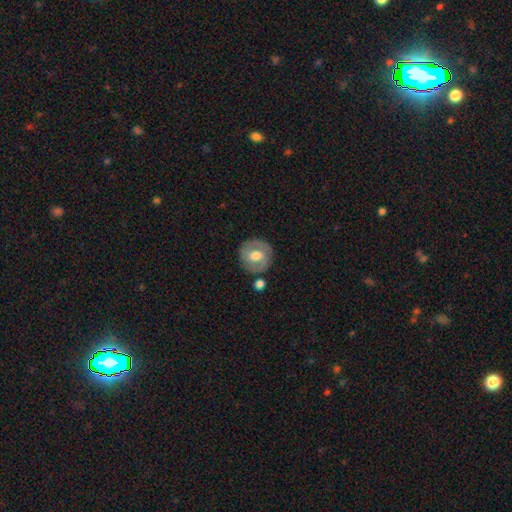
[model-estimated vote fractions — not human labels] A featured or disk galaxy (53%) with no bar (43%, tied with weak), spiral arms (55%) and a moderate central bulge (69%). Merging: none (81%).